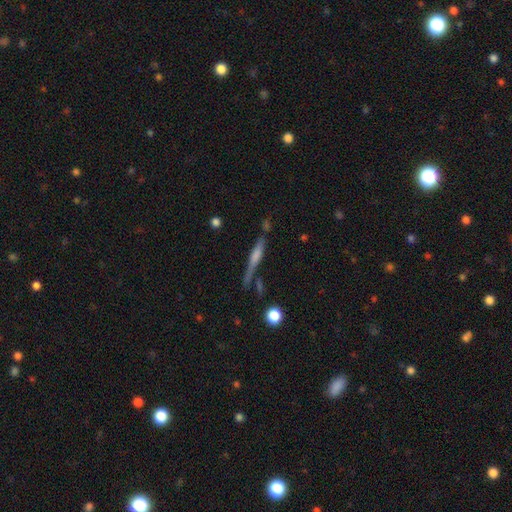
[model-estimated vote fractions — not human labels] Overall: featured or disk (68%). Edge-on disk: yes (95%). Edge-on bulge: rounded (58%; none 21%). Merging: none (74%).